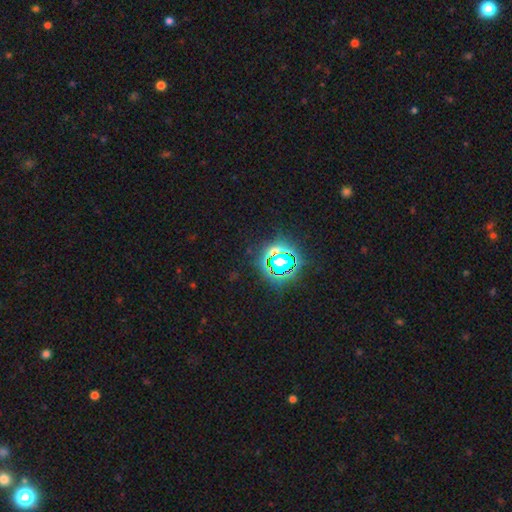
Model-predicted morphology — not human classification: Smooth or featured: star or artifact — 83% (smooth — 11%)